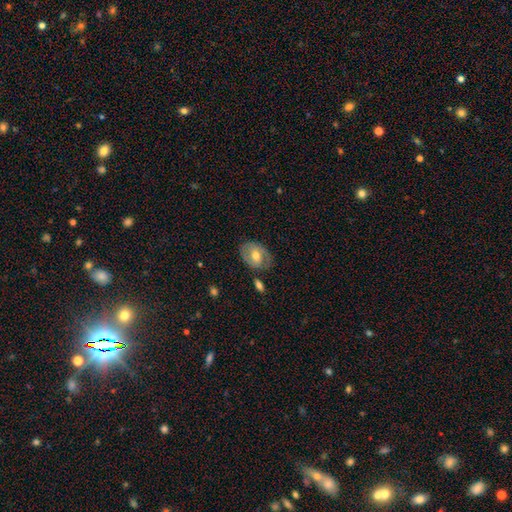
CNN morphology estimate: Overall: featured or disk (52%; smooth 41%). Edge-on disk: no (94%). Merging: none (71%).